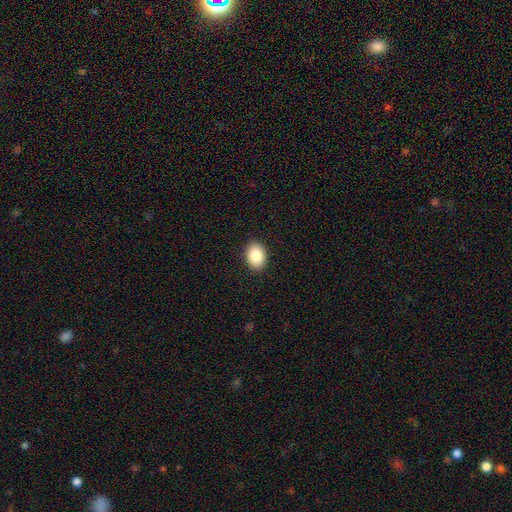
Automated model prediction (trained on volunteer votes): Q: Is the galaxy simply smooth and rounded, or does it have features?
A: smooth — 86%.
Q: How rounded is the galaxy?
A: in between — 75%.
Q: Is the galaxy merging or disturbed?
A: none — 91%.